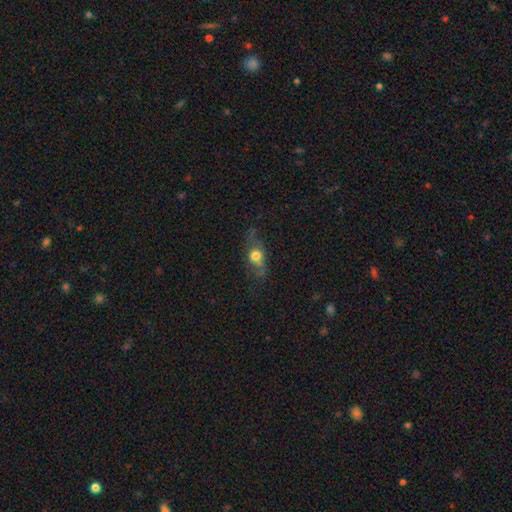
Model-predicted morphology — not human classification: A smooth galaxy with no disk features (52%) that is in between round and cigar-shaped (51%). Merging: none (60%).